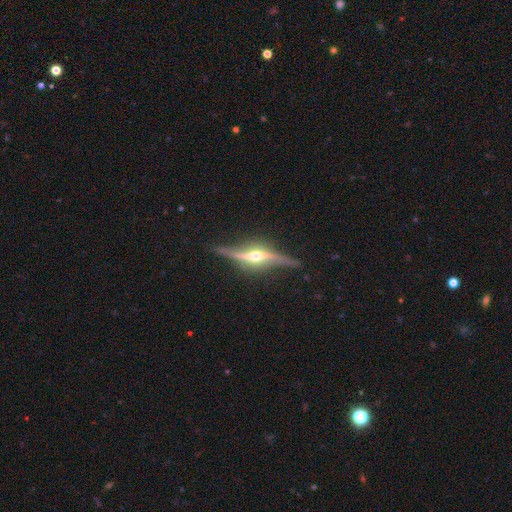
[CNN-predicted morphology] Overall: featured or disk (88%). Edge-on disk: yes (88%). Edge-on bulge: rounded (93%). Merging: none (77%).